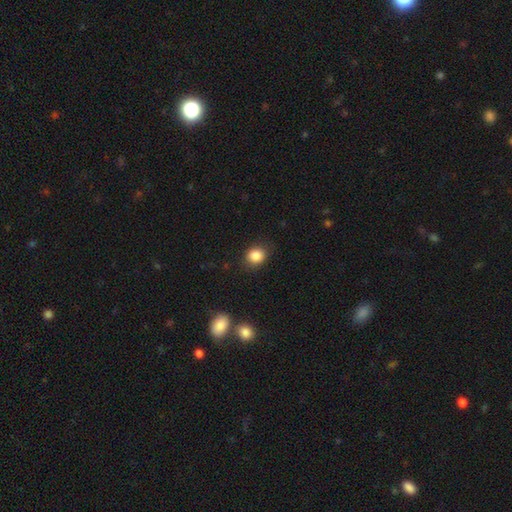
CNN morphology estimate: This appears to be a smooth galaxy with no disk features (86%) that is round (68%). Merging: none (83%).